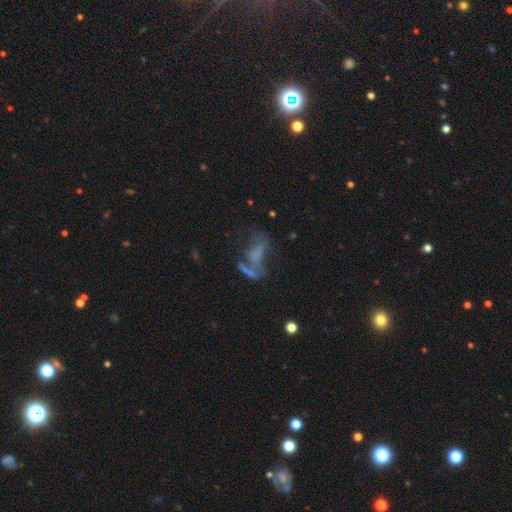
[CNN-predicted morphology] A featured or disk galaxy (41%). Merging: merger (30%).